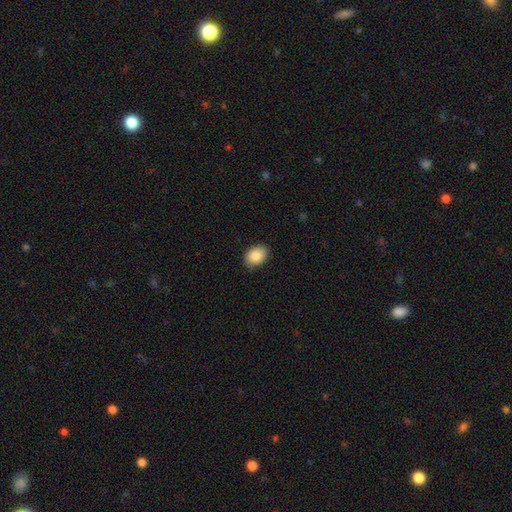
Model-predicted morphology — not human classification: This is clearly a smooth galaxy (87%). How rounded: likely in between (75%). Merging: clearly none (86%).